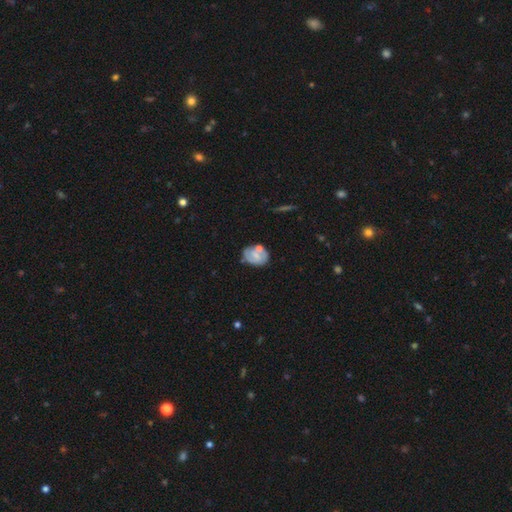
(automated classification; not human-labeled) Smooth or featured?
  - featured or disk: 54% *
  - smooth: 39%
  - star or artifact: 7%
Edge-on disk?
  - no: 97% *
  - yes: 3%
Bar?
  - no: 59% *
  - weak: 34%
  - strong: 8%
Spiral arms?
  - yes: 66% *
  - no: 34%
Bulge size?
  - small: 48% *
  - moderate: 28%
  - none: 20%
  - large: 2%
  - dominant: 1%
Merging?
  - none: 53% *
  - minor disturbance: 23%
  - merger: 16%
  - major disturbance: 8%